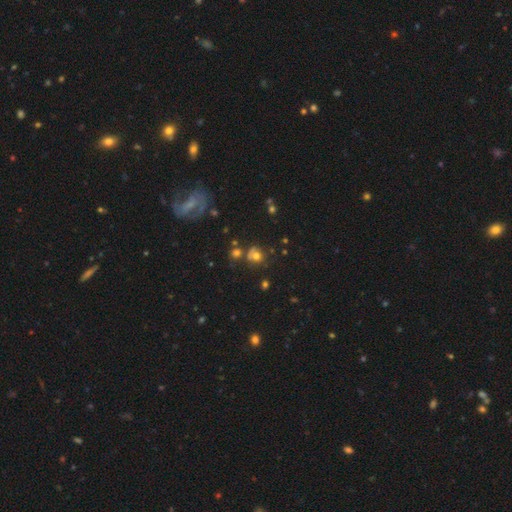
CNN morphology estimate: smooth_or_featured: smooth (p=0.66) [alt: star or artifact p=0.20]
how_rounded: round (p=0.80) [alt: in between p=0.19]
merging: none (p=0.59) [alt: minor disturbance p=0.17]